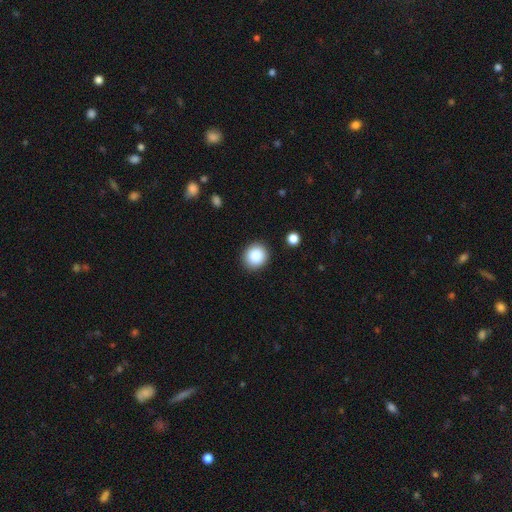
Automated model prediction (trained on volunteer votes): smooth_or_featured: smooth (p=0.88) [alt: star or artifact p=0.08]
how_rounded: round (p=0.84) [alt: in between p=0.16]
merging: none (p=0.89) [alt: minor disturbance p=0.07]